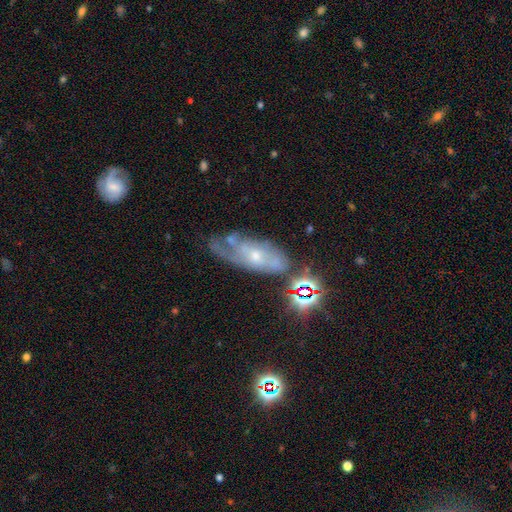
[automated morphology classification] Smooth or featured? featured or disk (64%)
Edge-on disk? no (86%)
Bar? no (73%)
Spiral arms? yes (76%)
Bulge size? small (61%)
Merging? none (47%)